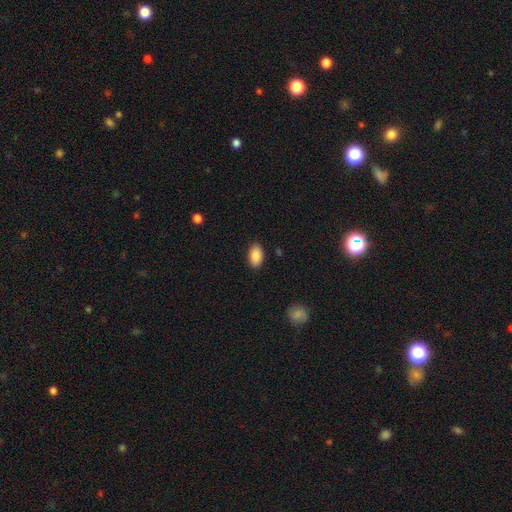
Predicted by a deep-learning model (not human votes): Q: Smooth or featured?
A: smooth (89%); runner-up: star or artifact (7%)
Q: How rounded?
A: in between (93%); runner-up: round (6%)
Q: Merging?
A: none (88%); runner-up: minor disturbance (9%)